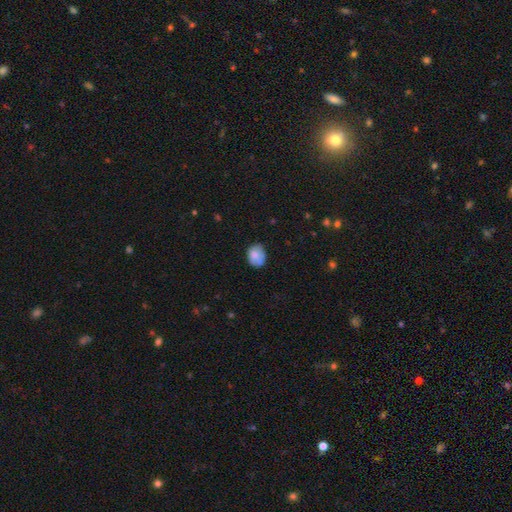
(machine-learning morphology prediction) Q: Smooth or featured?
A: smooth (74%); runner-up: featured or disk (17%)
Q: How rounded?
A: in between (58%); runner-up: round (41%)
Q: Merging?
A: none (58%); runner-up: minor disturbance (27%)